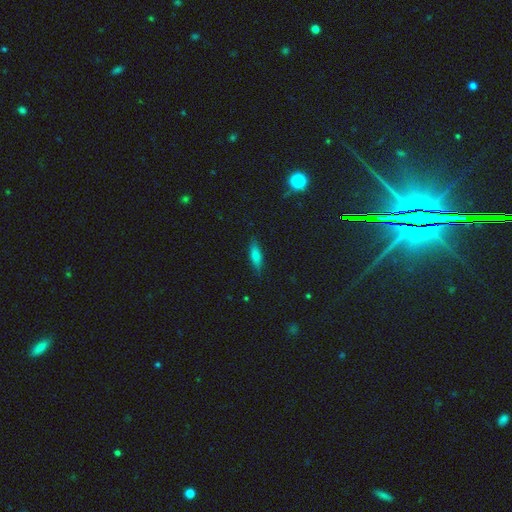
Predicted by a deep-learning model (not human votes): A smooth galaxy with no disk features (67%) that is cigar-shaped (56%). Merging: none (84%).